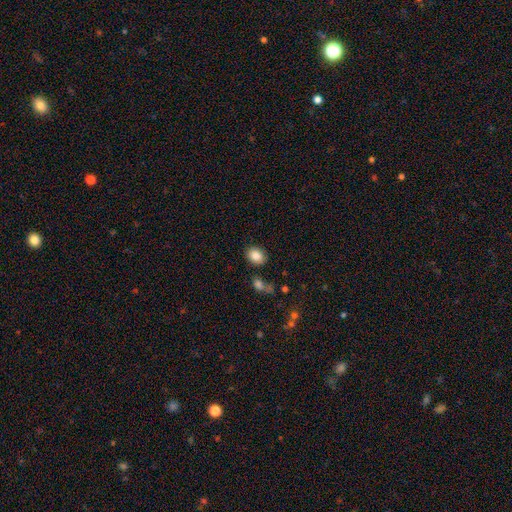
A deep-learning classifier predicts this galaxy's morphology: smooth 85%, star or artifact 9%, featured or disk 6%. Down the decision tree: how rounded — in between (59%); merging — none (82%).